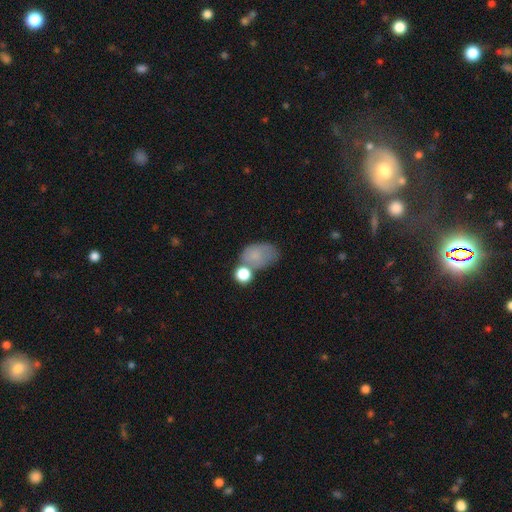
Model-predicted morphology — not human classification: A smooth galaxy with no disk features (74%) that is in between round and cigar-shaped (81%).

Vote fractions:
- Smooth or featured? smooth: 74% / featured or disk: 15% / star or artifact: 11%
- How rounded? in between: 81% / round: 17% / cigar-shaped: 1%
- Merging? none: 36% / merger: 25% / minor disturbance: 24% / major disturbance: 15%